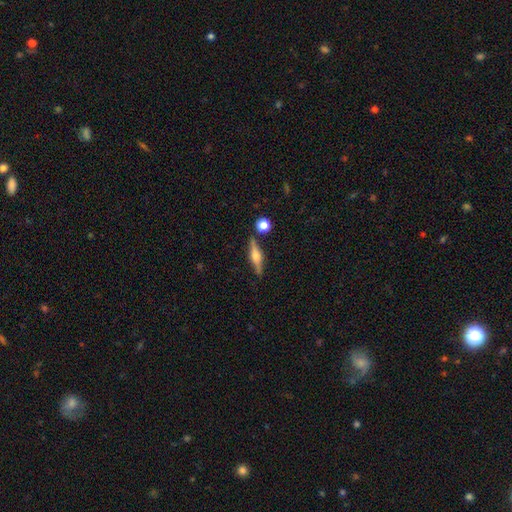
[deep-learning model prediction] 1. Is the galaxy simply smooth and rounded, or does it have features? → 68% featured or disk, 25% smooth, 8% star or artifact.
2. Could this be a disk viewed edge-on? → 97% yes, 3% no.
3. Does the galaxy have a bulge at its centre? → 90% rounded, 8% boxy, 2% none.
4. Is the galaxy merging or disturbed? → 83% none, 9% minor disturbance, 5% merger, 2% major disturbance.